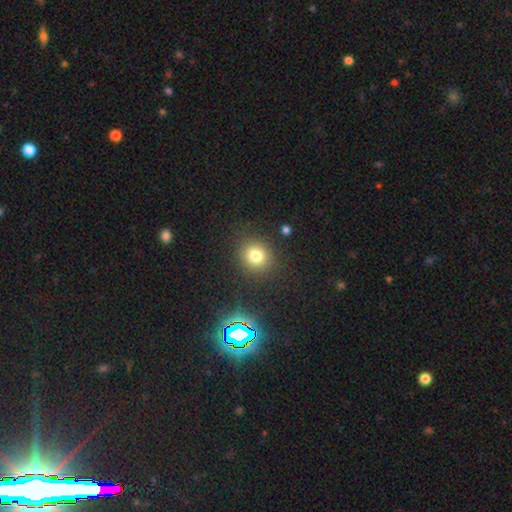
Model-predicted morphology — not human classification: Q: Smooth or featured?
A: smooth (75%); runner-up: star or artifact (18%)
Q: How rounded?
A: round (86%); runner-up: in between (13%)
Q: Merging?
A: none (87%); runner-up: minor disturbance (7%)